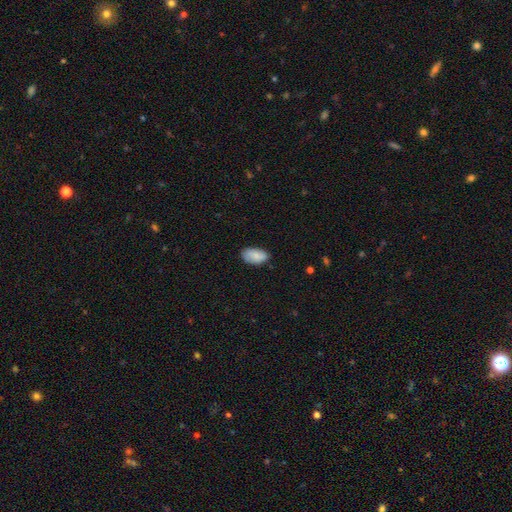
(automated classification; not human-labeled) Smooth or featured?
  - smooth: 83% *
  - featured or disk: 10%
  - star or artifact: 7%
How rounded?
  - in between: 94% *
  - round: 4%
  - cigar-shaped: 2%
Merging?
  - none: 76% *
  - minor disturbance: 20%
  - major disturbance: 3%
  - merger: 1%